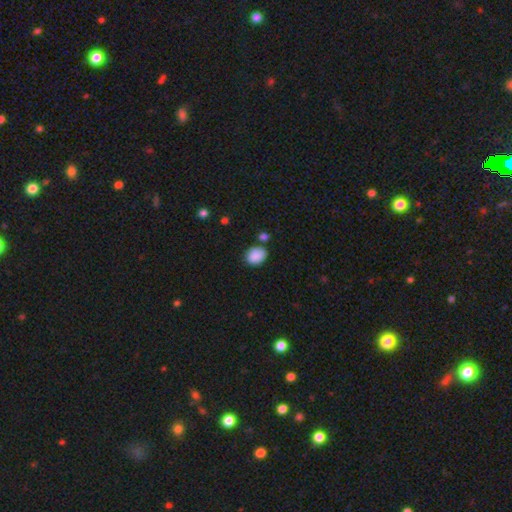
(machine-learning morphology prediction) Smooth or featured: smooth — 88% (star or artifact — 8%)
How rounded: in between — 60% (round — 39%)
Merging: none — 71% (minor disturbance — 16%)